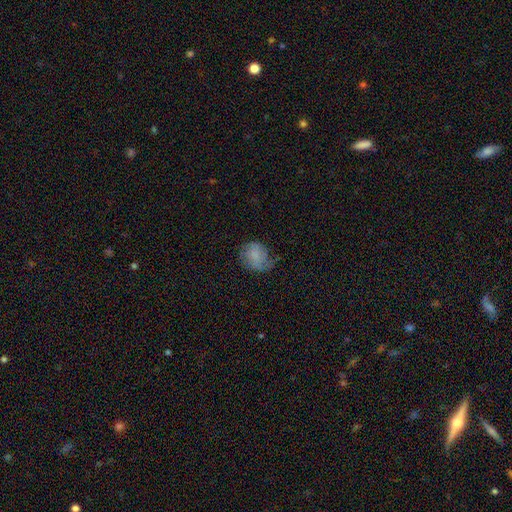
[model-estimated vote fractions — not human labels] Smooth or featured: smooth — 62% (featured or disk — 28%)
How rounded: round — 59% (in between — 40%)
Merging: none — 51% (minor disturbance — 30%)